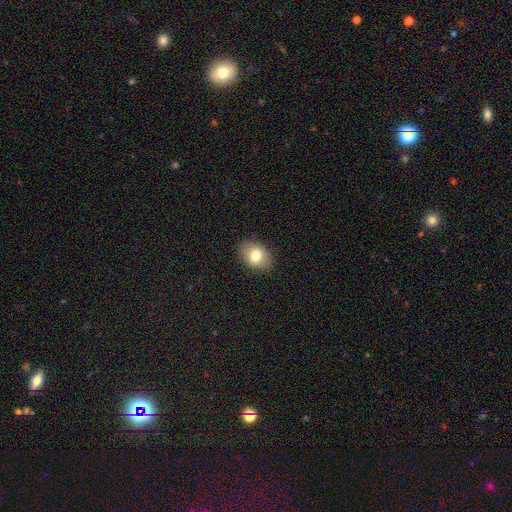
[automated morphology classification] smooth-or-featured: smooth: 77% | featured or disk: 15% | star or artifact: 8%
  how-rounded: in between: 75% | round: 24% | cigar-shaped: 1%
  merging: none: 87% | minor disturbance: 10% | major disturbance: 2% | merger: 1%